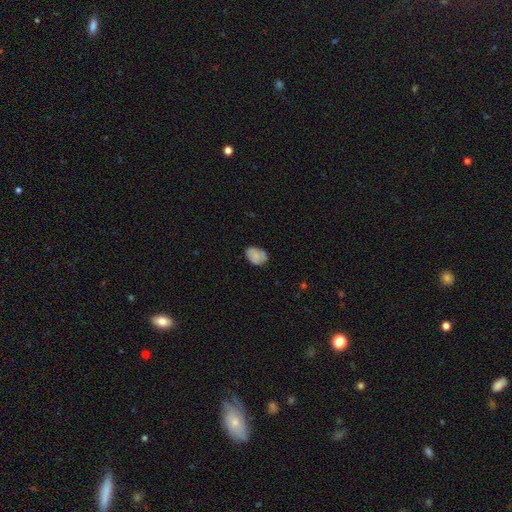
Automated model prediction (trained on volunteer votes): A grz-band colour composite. It shows a smooth galaxy with no disk features (74%) that is in between round and cigar-shaped (80%). Merging: none (68%).